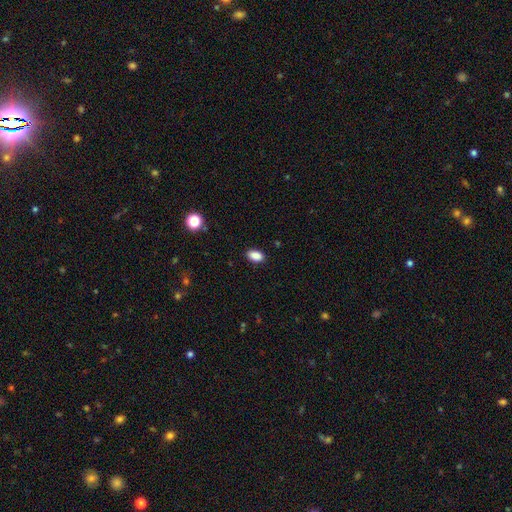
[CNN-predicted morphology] Smooth or featured? smooth (88%)
How rounded? in between (91%)
Merging? none (89%)